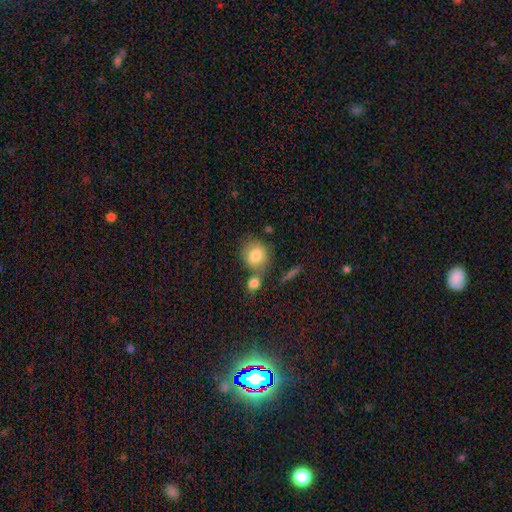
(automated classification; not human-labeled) This appears to be a smooth galaxy with no disk features (80%) that is round (81%). Merging: none (60%).